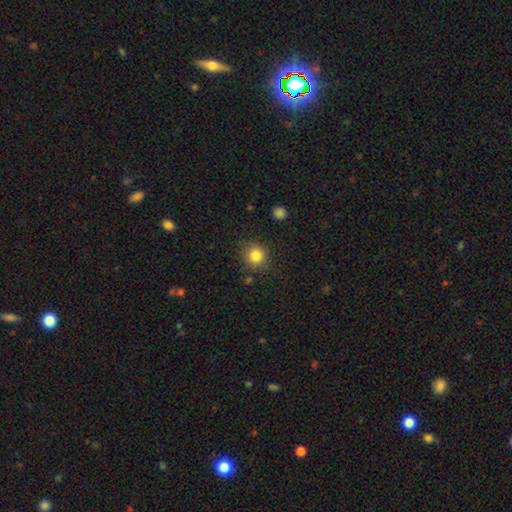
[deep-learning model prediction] This is clearly a smooth galaxy (83%). How rounded: clearly round (86%). Merging: clearly none (85%).